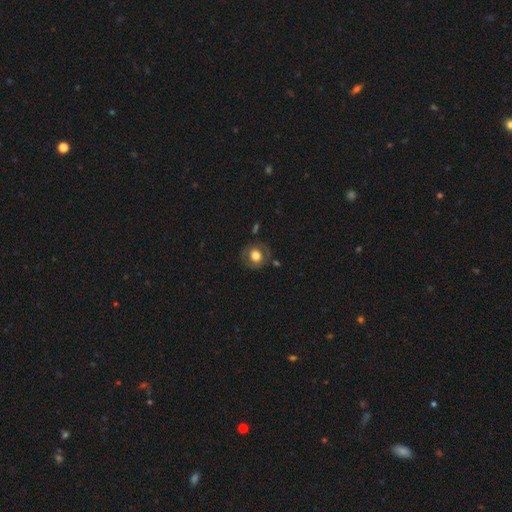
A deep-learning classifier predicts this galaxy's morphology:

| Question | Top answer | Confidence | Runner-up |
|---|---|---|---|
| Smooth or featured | smooth | 62% | featured or disk (29%) |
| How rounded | round | 84% | in between (15%) |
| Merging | none | 78% | minor disturbance (13%) |